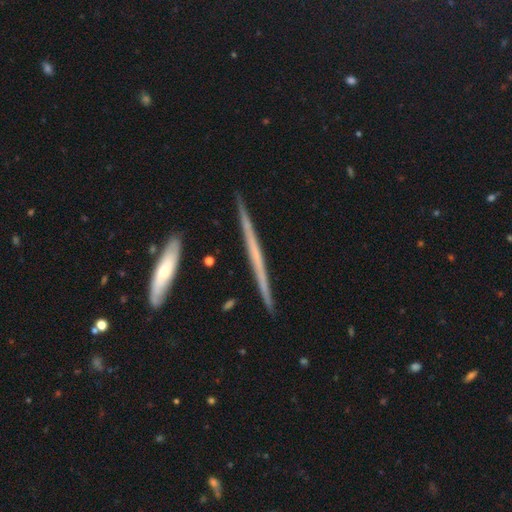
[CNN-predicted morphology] Smooth or featured? Predicted: featured or disk (p=0.66). Edge-on disk? Predicted: yes (p=0.97). Edge-on bulge? Predicted: none (p=0.84). Merging? Predicted: none (p=0.88).